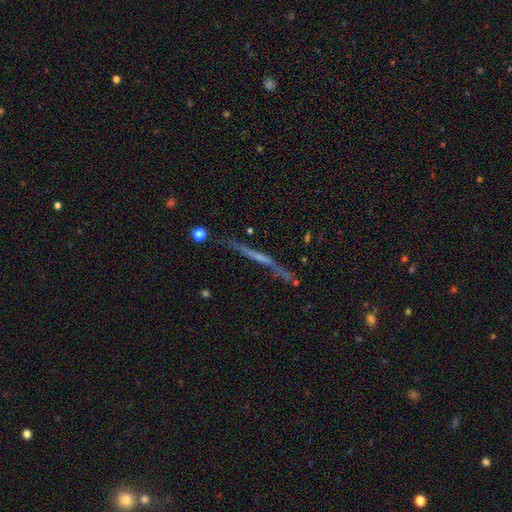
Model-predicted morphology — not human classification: Smooth or featured? featured or disk (65%)
Edge-on disk? yes (93%)
Edge-on bulge? none (75%)
Merging? none (77%)